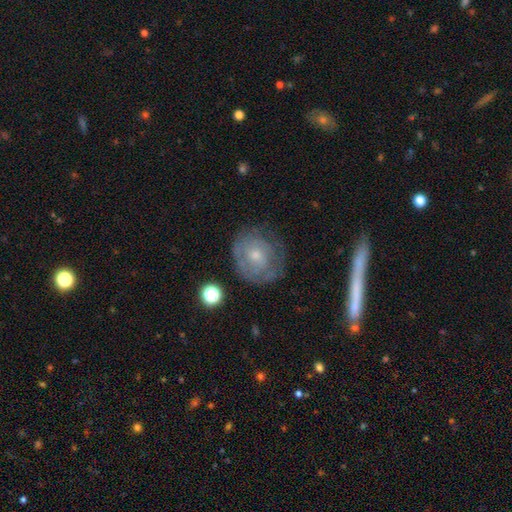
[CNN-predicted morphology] featured or disk 52%, smooth 40%, star or artifact 8%. Down the decision tree: edge-on disk — no (96%); bar — no (80%); spiral arms — yes (56%); bulge size — small (58%); merging — none (64%).